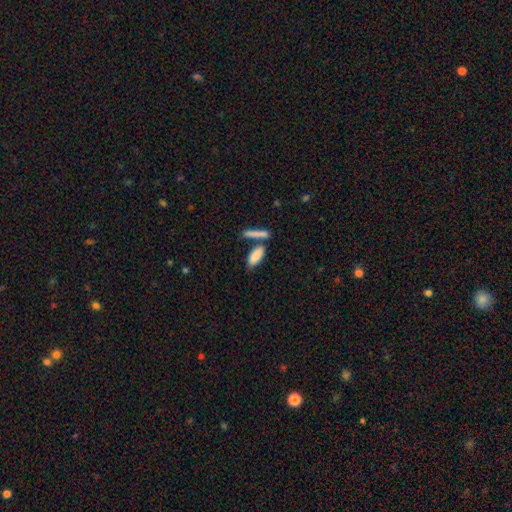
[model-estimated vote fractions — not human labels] Q: Smooth or featured?
A: smooth (85%); runner-up: featured or disk (9%)
Q: How rounded?
A: in between (70%); runner-up: cigar-shaped (28%)
Q: Merging?
A: none (56%); runner-up: merger (28%)